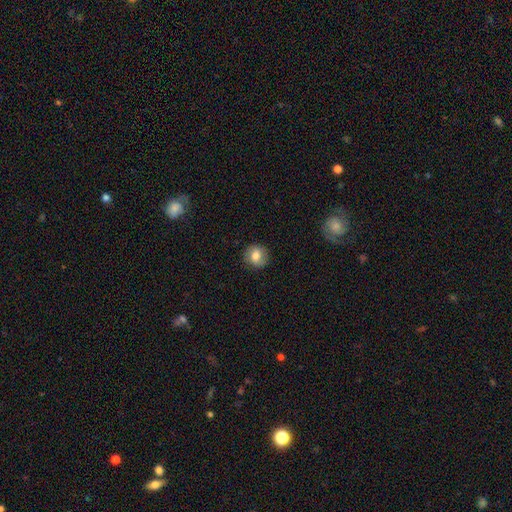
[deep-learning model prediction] The model was most divided on "smooth or featured": smooth: 72%, featured or disk: 19%, star or artifact: 9%. More confident: merging — none (85%); how rounded — round (83%).